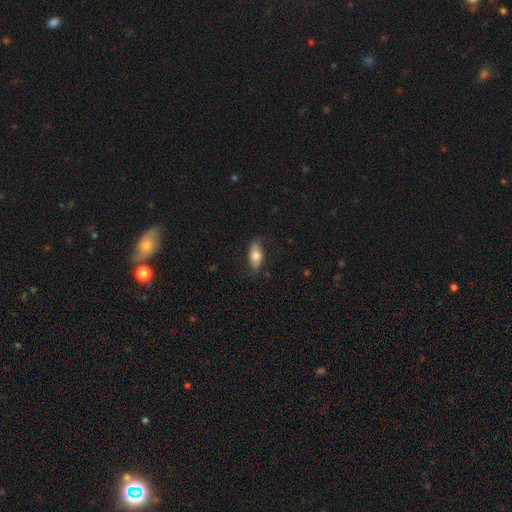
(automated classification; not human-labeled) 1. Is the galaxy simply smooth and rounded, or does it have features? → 68% smooth, 26% featured or disk, 6% star or artifact.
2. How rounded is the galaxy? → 84% in between, 12% cigar-shaped, 4% round.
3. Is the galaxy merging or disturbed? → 79% none, 16% minor disturbance, 4% major disturbance, 1% merger.